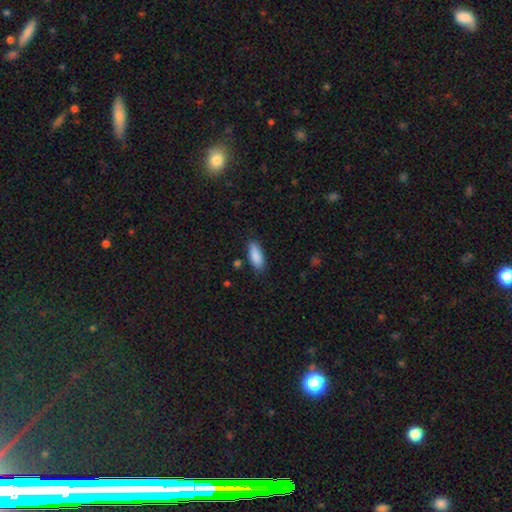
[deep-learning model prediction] Smooth or featured?
  - smooth: 88% *
  - star or artifact: 6%
  - featured or disk: 6%
How rounded?
  - in between: 73% *
  - cigar-shaped: 25%
  - round: 2%
Merging?
  - none: 82% *
  - minor disturbance: 13%
  - major disturbance: 3%
  - merger: 2%